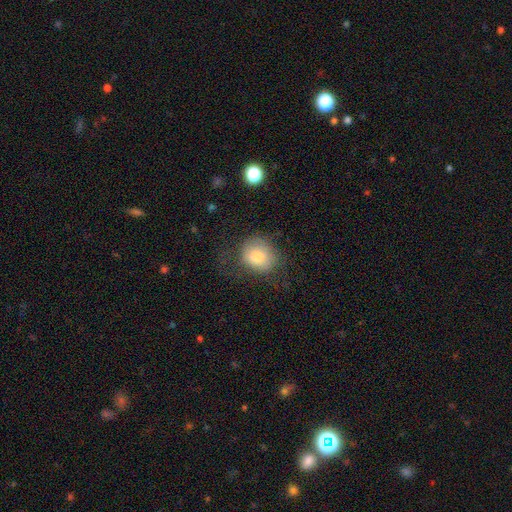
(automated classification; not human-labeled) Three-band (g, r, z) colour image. It shows a smooth galaxy with no disk features (77%) that is round (74%). Merging: none (59%).